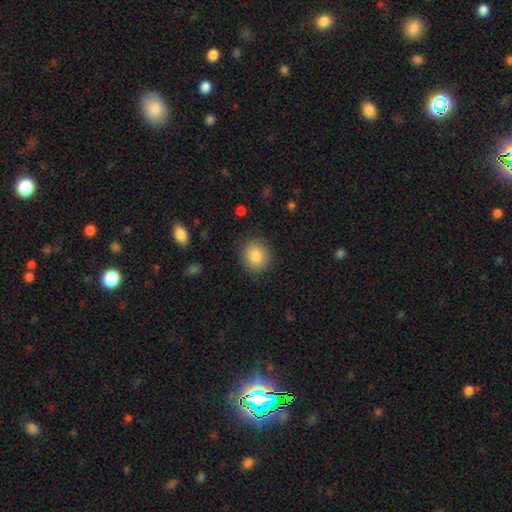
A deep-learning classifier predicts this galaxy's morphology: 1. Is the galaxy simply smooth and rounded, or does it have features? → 84% smooth, 8% star or artifact, 8% featured or disk.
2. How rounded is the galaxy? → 73% round, 27% in between, 1% cigar-shaped.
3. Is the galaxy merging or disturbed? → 86% none, 9% minor disturbance, 3% major disturbance, 1% merger.